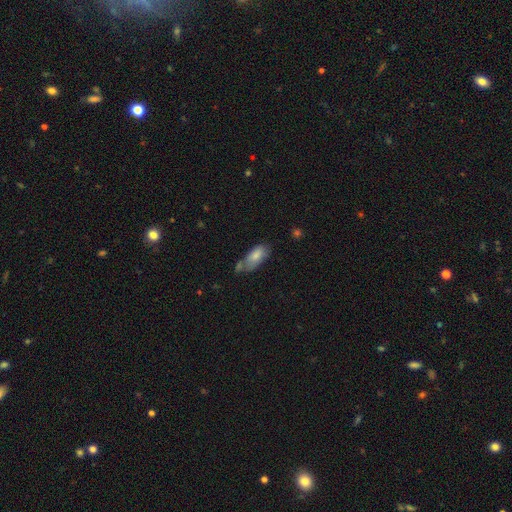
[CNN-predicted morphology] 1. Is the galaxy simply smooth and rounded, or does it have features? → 77% smooth, 16% featured or disk, 7% star or artifact.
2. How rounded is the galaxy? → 87% in between, 11% cigar-shaped, 2% round.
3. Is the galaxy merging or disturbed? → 44% none, 27% minor disturbance, 20% merger, 10% major disturbance.